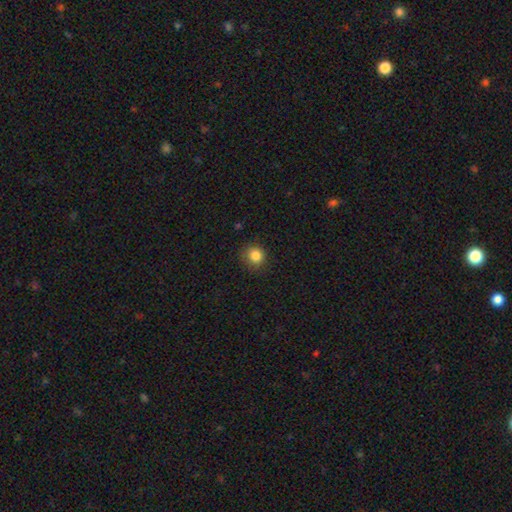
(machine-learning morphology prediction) Smooth or featured: smooth — 84% (star or artifact — 11%)
How rounded: round — 89% (in between — 10%)
Merging: none — 82% (minor disturbance — 13%)